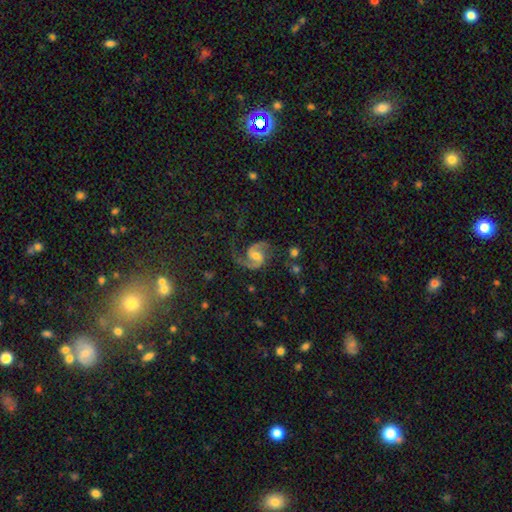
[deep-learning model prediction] featured or disk 89%, star or artifact 6%, smooth 5%. Down the decision tree: edge-on disk — no (98%); bar — weak (48%); spiral arms — yes (98%); spiral arm count — 2 (93%); spiral winding — medium (56%); bulge size — moderate (63%); merging — none (71%).